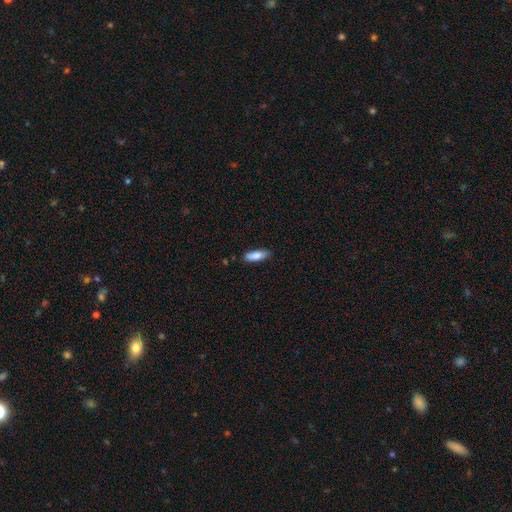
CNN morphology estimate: The model was most divided on "how rounded": in between: 60%, cigar-shaped: 39%, round: 2%. More confident: smooth or featured — smooth (85%); merging — none (83%).